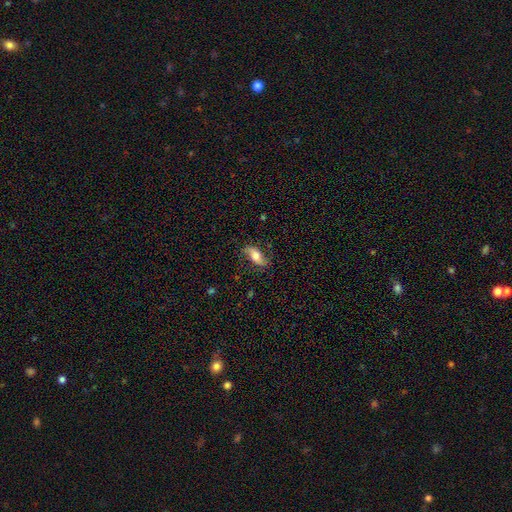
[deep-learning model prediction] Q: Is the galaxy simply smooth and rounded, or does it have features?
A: smooth — 47%.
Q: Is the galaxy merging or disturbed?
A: none — 74%.